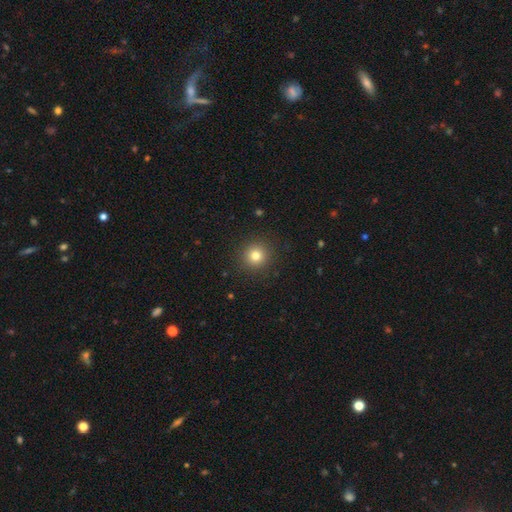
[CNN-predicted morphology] Smooth or featured? smooth (80%)
How rounded? round (94%)
Merging? none (91%)